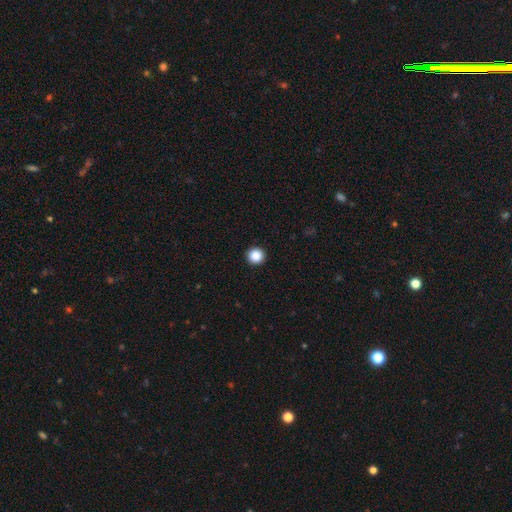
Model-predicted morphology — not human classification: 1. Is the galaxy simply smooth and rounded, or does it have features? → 88% smooth, 10% star or artifact, 2% featured or disk.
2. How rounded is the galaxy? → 96% round, 3% in between, 1% cigar-shaped.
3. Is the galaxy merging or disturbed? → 94% none, 4% minor disturbance, 1% major disturbance, 1% merger.